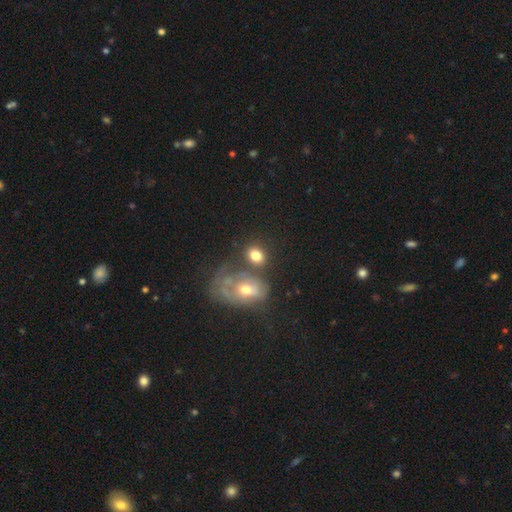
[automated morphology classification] The model was most divided on "how rounded": in between: 55%, round: 44%, cigar-shaped: 1%. More confident: smooth or featured — smooth (72%); merging — none (50%).